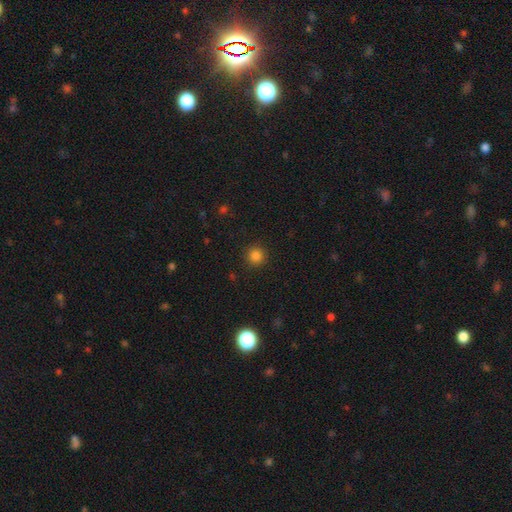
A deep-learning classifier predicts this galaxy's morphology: This is clearly a smooth galaxy (83%). How rounded: clearly round (94%). Merging: clearly none (91%).